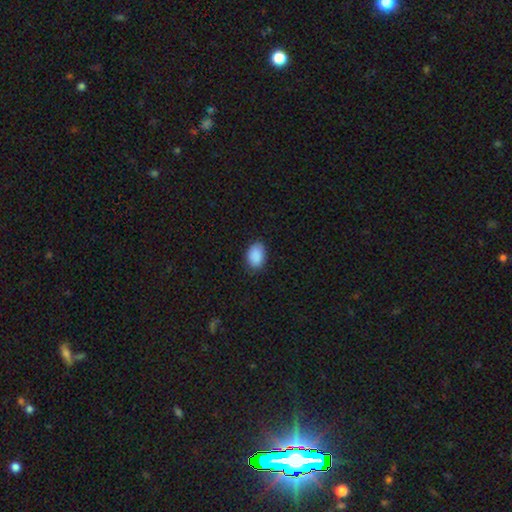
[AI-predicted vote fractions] Overall: smooth (90%). How rounded: in between (86%). Merging: none (83%).